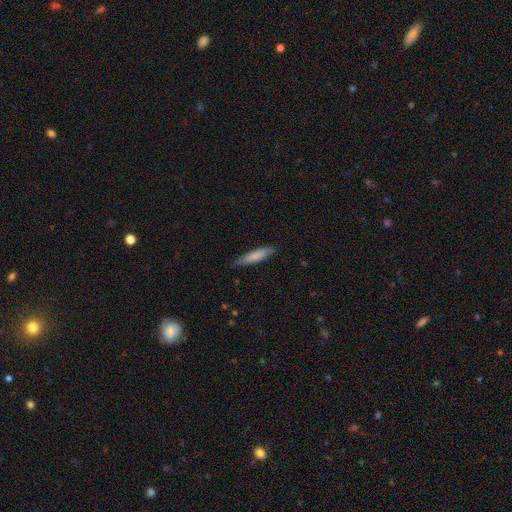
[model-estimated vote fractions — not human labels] Smooth or featured?
  - smooth: 76% *
  - featured or disk: 19%
  - star or artifact: 5%
How rounded?
  - cigar-shaped: 82% *
  - in between: 17%
  - round: 1%
Merging?
  - none: 81% *
  - minor disturbance: 15%
  - major disturbance: 2%
  - merger: 1%